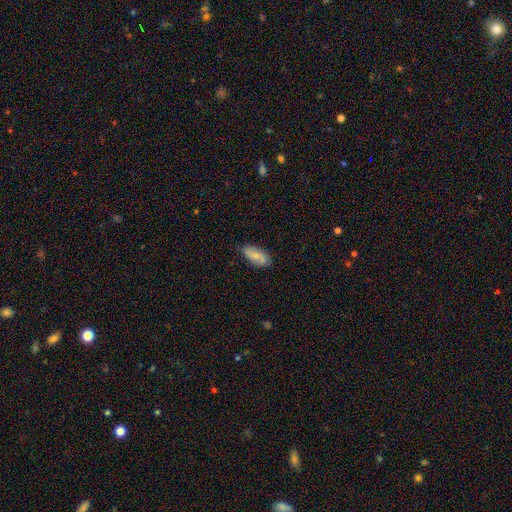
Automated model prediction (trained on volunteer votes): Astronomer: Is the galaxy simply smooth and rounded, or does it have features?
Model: smooth — 63%.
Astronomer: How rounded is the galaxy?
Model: in between — 90%.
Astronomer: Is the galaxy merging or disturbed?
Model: none — 78%.